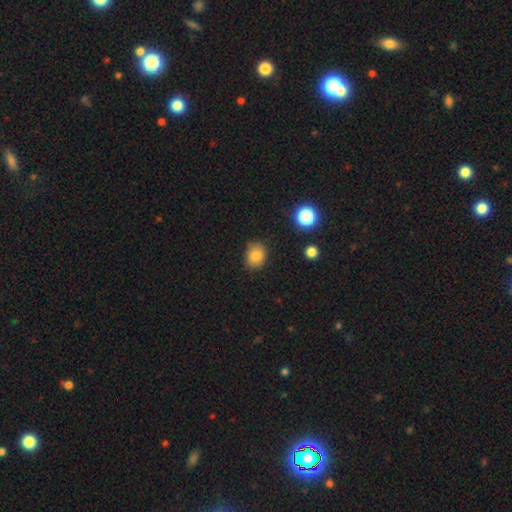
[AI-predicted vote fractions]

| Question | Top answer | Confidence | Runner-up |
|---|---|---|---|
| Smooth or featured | smooth | 83% | star or artifact (10%) |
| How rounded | round | 53% | in between (46%) |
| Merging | none | 78% | minor disturbance (17%) |